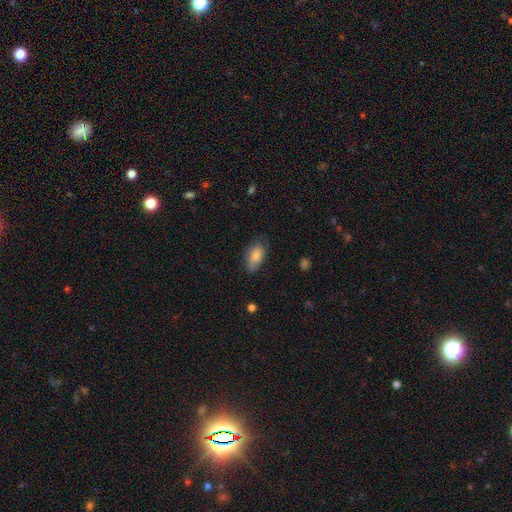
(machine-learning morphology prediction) A smooth galaxy with no disk features (79%) that is in between round and cigar-shaped (92%). Merging: none (68%).